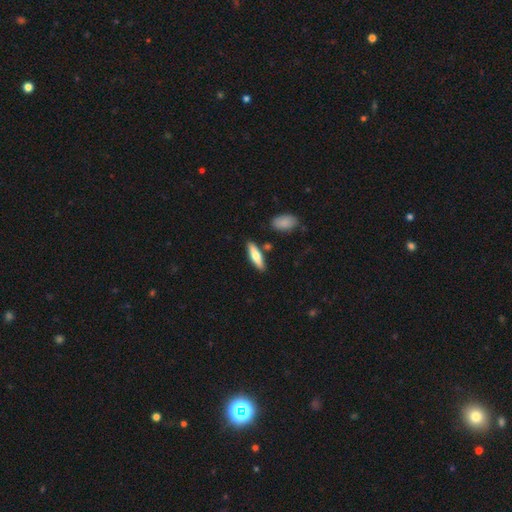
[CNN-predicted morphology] type=smooth (63%); roundness=cigar-shaped (65%); merging=none (84%).